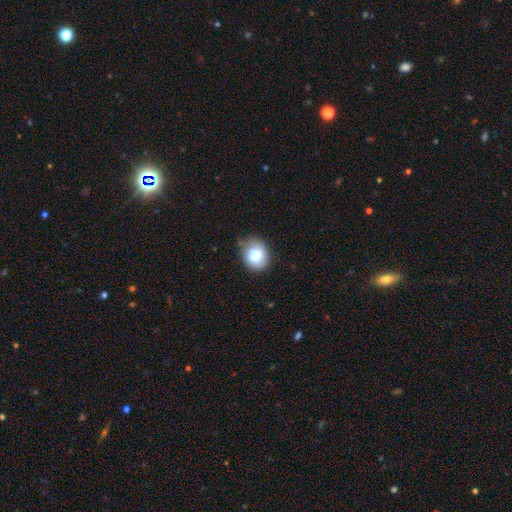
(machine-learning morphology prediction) The model was most divided on "merging": none: 60%, minor disturbance: 31%, major disturbance: 7%, merger: 2%. More confident: smooth or featured — smooth (81%); how rounded — round (65%).